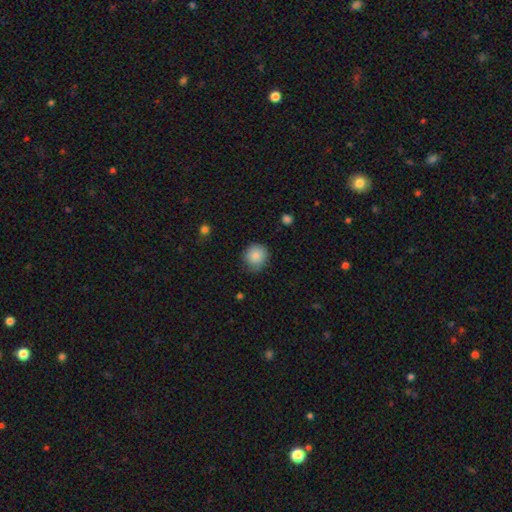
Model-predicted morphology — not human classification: Overall: smooth (85%). How rounded: round (87%). Merging: none (71%).